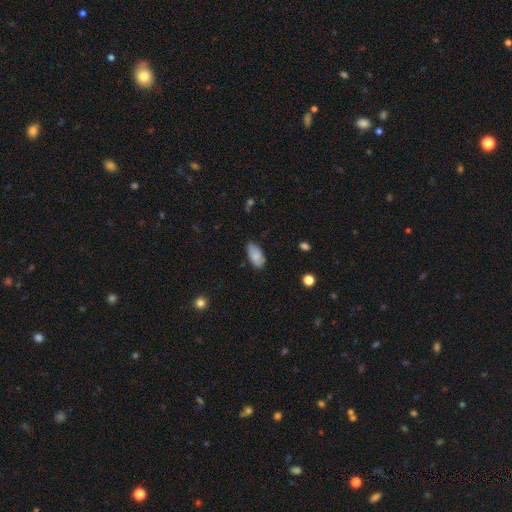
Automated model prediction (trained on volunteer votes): Overall: smooth (83%). How rounded: in between (93%). Merging: none (78%).